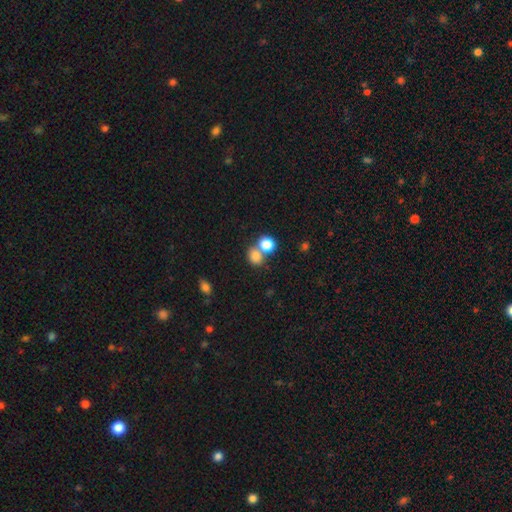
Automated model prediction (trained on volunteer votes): A smooth galaxy with no disk features (80%) that is round (65%). Merging: none (46%).